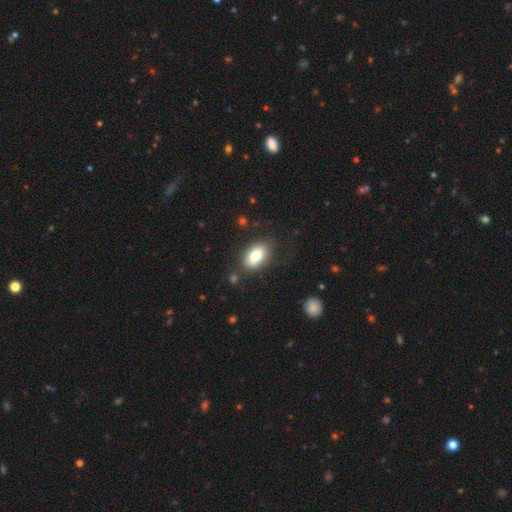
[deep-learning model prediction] smooth_or_featured: smooth (p=0.77) [alt: featured or disk p=0.15]
how_rounded: in between (p=0.87) [alt: round p=0.11]
merging: none (p=0.79) [alt: minor disturbance p=0.13]